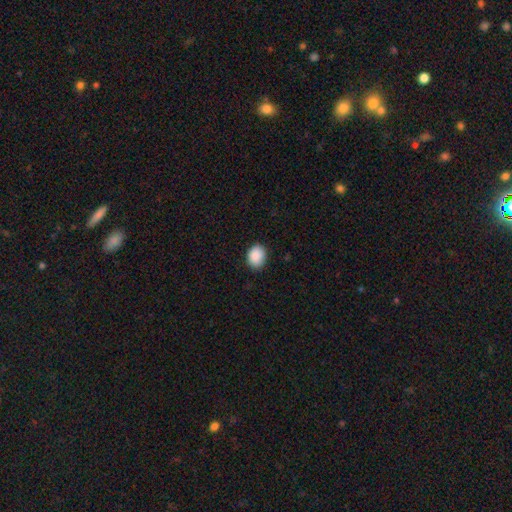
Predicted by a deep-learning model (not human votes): Smooth or featured?
  - smooth: 90% *
  - star or artifact: 7%
  - featured or disk: 3%
How rounded?
  - in between: 52% *
  - round: 47%
  - cigar-shaped: 1%
Merging?
  - none: 85% *
  - minor disturbance: 12%
  - major disturbance: 2%
  - merger: 1%